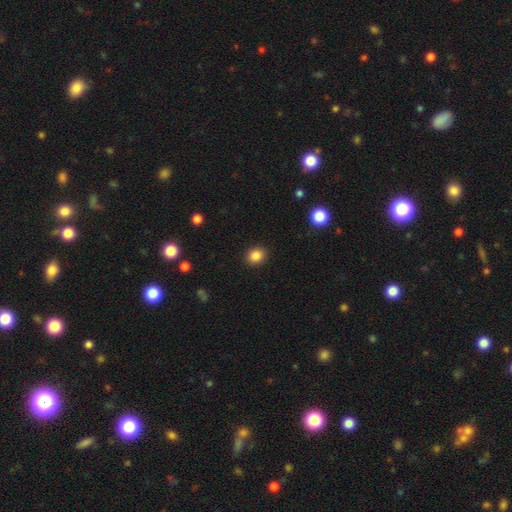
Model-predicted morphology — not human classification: Smooth or featured? Predicted: smooth (p=0.85). How rounded? Predicted: round (p=0.65). Merging? Predicted: none (p=0.91).